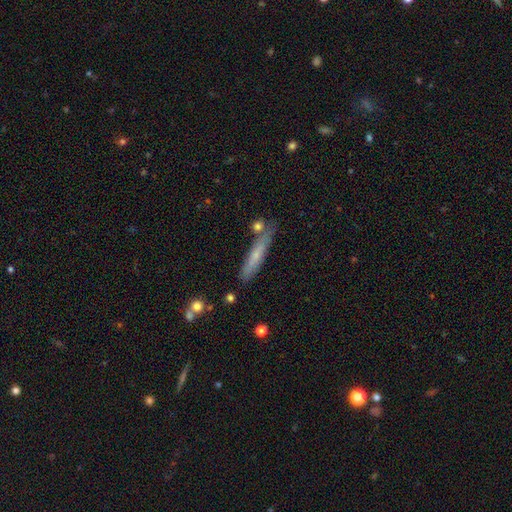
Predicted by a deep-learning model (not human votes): Morphology: type=smooth (61%); roundness=cigar-shaped (91%); merging=none (78%).